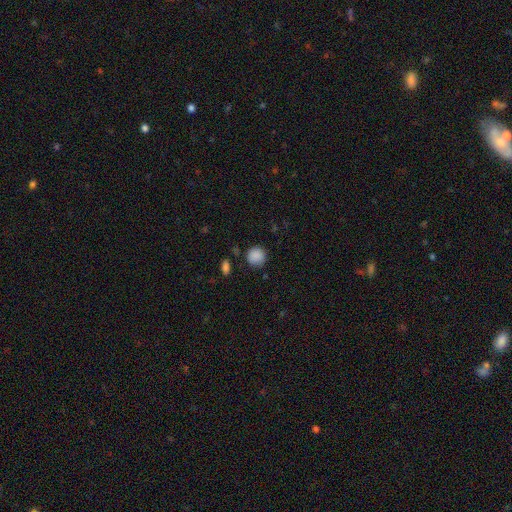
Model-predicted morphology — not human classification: type=smooth (87%); roundness=round (92%); merging=none (82%).